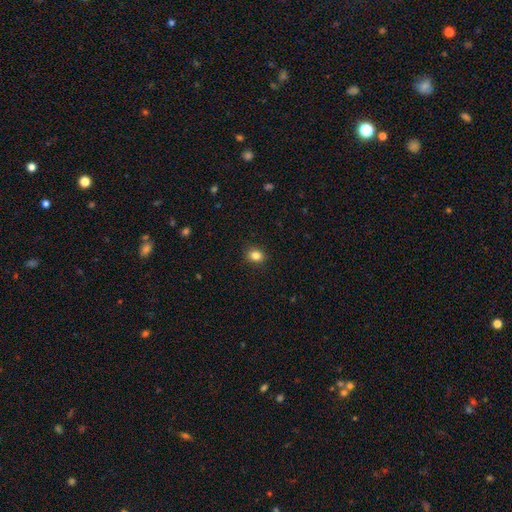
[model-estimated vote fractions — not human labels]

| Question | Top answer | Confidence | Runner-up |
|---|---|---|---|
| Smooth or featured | smooth | 84% | star or artifact (11%) |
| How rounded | round | 58% | in between (41%) |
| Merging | none | 90% | minor disturbance (7%) |